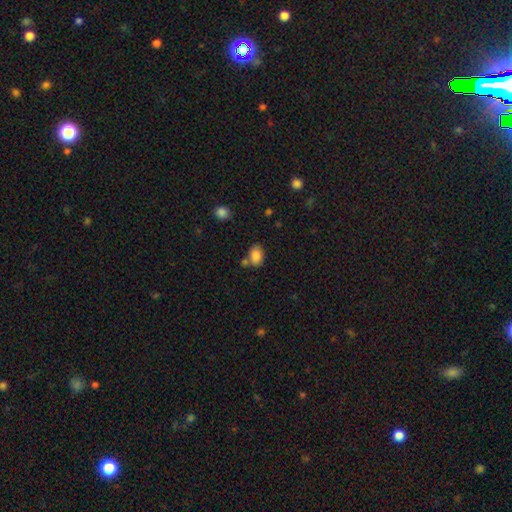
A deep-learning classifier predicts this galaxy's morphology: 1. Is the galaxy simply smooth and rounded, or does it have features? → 85% smooth, 8% star or artifact, 7% featured or disk.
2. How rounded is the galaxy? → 80% in between, 19% round, 1% cigar-shaped.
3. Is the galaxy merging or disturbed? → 65% none, 16% merger, 15% minor disturbance, 4% major disturbance.